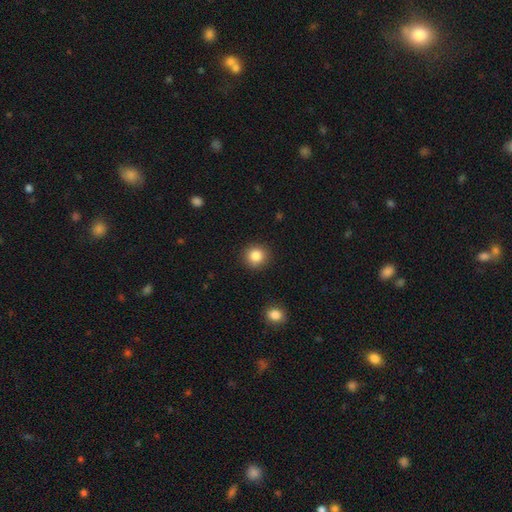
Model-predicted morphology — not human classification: smooth_or_featured: smooth (p=0.85) [alt: star or artifact p=0.10]
how_rounded: round (p=0.91) [alt: in between p=0.08]
merging: none (p=0.91) [alt: minor disturbance p=0.06]